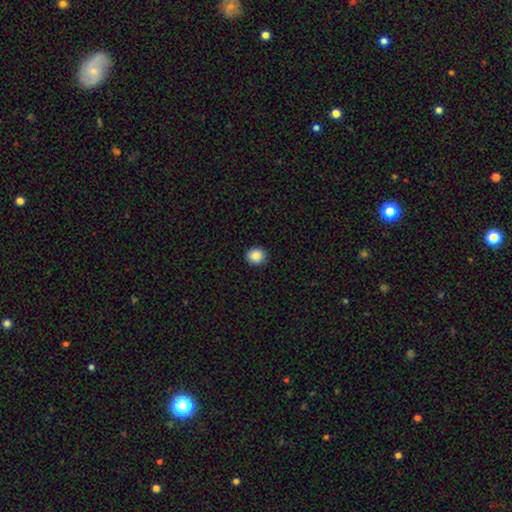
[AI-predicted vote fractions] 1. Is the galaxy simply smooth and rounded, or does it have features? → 87% smooth, 9% star or artifact, 4% featured or disk.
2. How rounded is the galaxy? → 81% round, 19% in between, 1% cigar-shaped.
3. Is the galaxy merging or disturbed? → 92% none, 5% minor disturbance, 2% major disturbance, 1% merger.